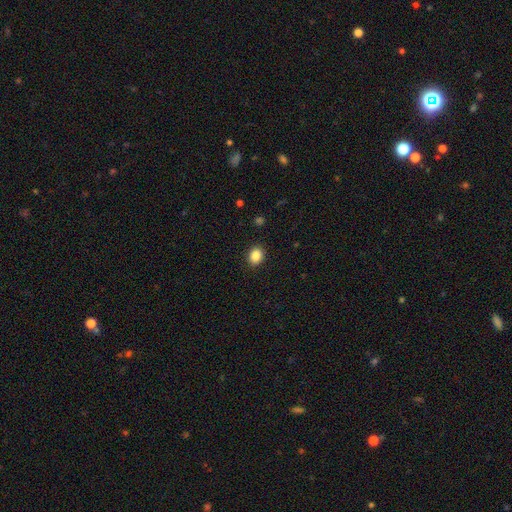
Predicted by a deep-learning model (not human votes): Overall: smooth (88%). How rounded: in between (52%; round 47%). Merging: none (90%).